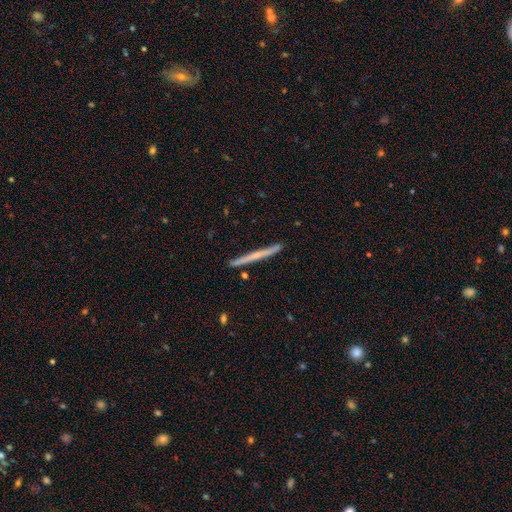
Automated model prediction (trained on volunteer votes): Smooth or featured?
  - featured or disk: 61% *
  - smooth: 33%
  - star or artifact: 6%
Edge-on disk?
  - yes: 98% *
  - no: 2%
Edge-on bulge?
  - none: 56% *
  - rounded: 39%
  - boxy: 5%
Merging?
  - none: 91% *
  - minor disturbance: 7%
  - merger: 1%
  - major disturbance: 1%